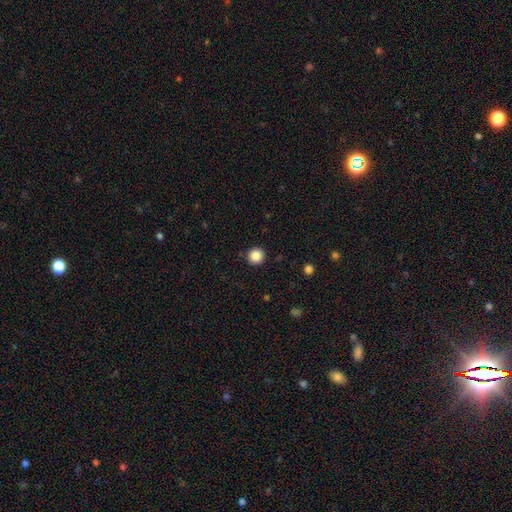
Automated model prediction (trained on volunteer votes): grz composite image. It shows a smooth galaxy with no disk features (86%) that is round (95%). Merging: none (92%).